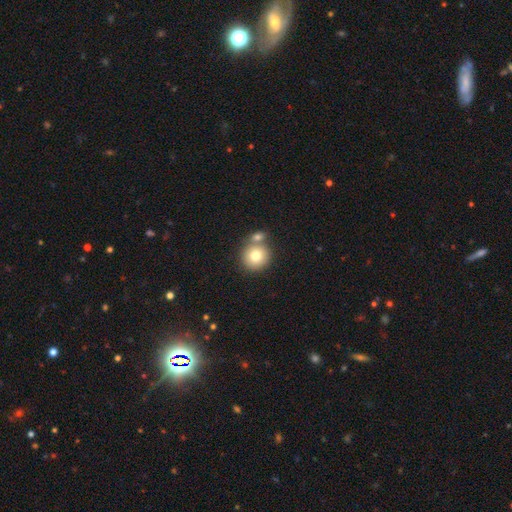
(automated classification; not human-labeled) This appears to be a smooth galaxy with no disk features (77%) that is round (90%). Merging: none (57%).